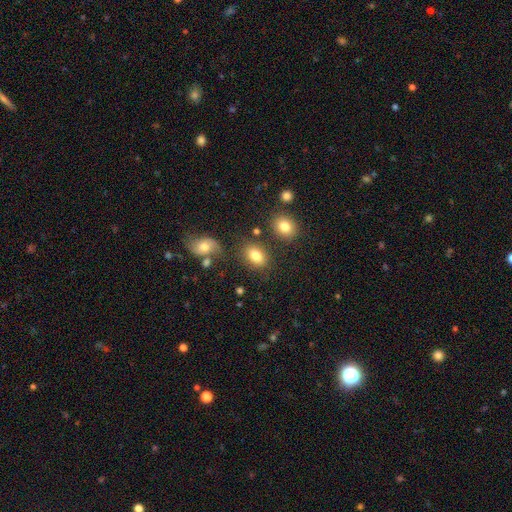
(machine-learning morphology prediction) A smooth galaxy with no disk features (82%) that is in between round and cigar-shaped (79%). Merging: none (76%).